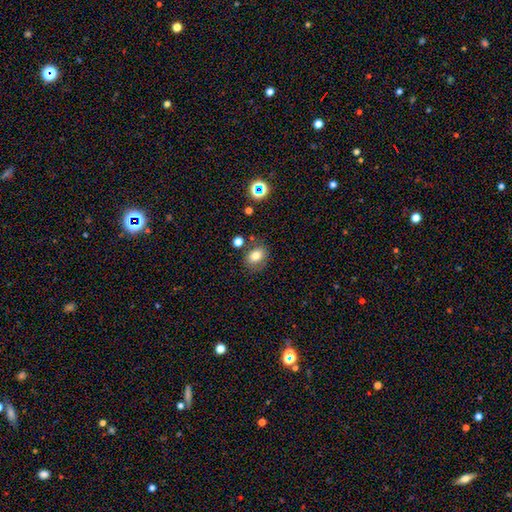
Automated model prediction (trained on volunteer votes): smooth_or_featured: smooth (p=0.76) [alt: star or artifact p=0.12]
how_rounded: in between (p=0.53) [alt: round p=0.46]
merging: none (p=0.72) [alt: minor disturbance p=0.15]